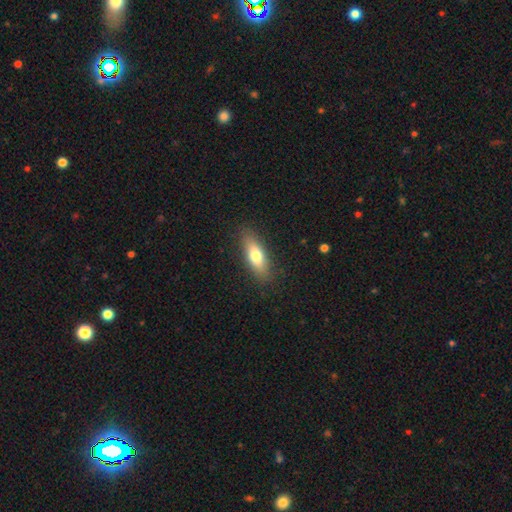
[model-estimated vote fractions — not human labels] The model was most divided on "how rounded": in between: 56%, cigar-shaped: 41%, round: 3%. More confident: merging — none (86%); smooth or featured — smooth (71%).